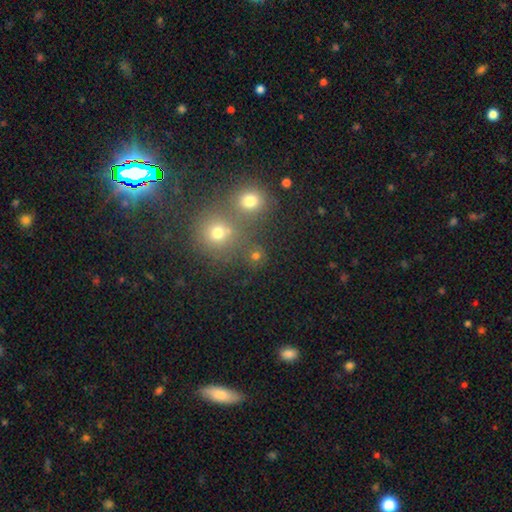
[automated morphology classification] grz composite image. It shows a smooth galaxy with no disk features (72%) that is round (88%). Merging: none (69%).